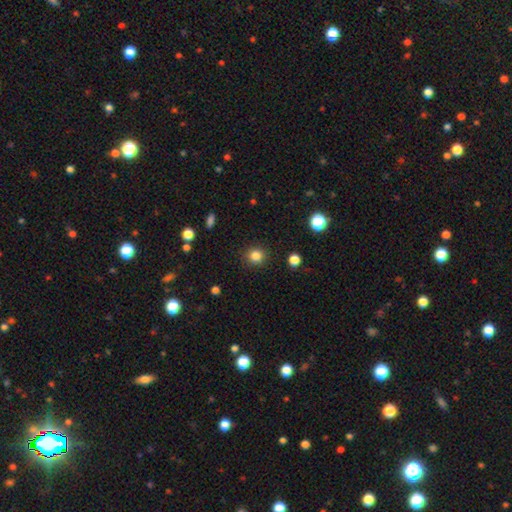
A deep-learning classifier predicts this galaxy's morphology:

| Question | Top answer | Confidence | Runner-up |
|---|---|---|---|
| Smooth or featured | smooth | 84% | star or artifact (12%) |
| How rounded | round | 90% | in between (9%) |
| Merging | none | 91% | minor disturbance (6%) |